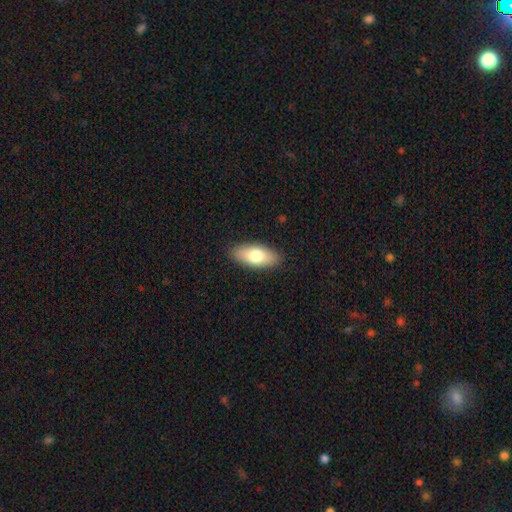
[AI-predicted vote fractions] Smooth or featured?
  - smooth: 74% *
  - featured or disk: 20%
  - star or artifact: 6%
How rounded?
  - in between: 84% *
  - cigar-shaped: 14%
  - round: 3%
Merging?
  - none: 89% *
  - minor disturbance: 8%
  - major disturbance: 2%
  - merger: 1%